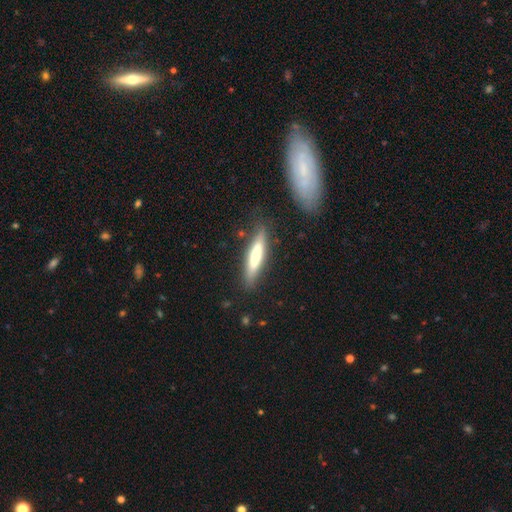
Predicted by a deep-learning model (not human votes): A smooth galaxy with no disk features (58%) that is cigar-shaped (83%). Merging: none (81%).